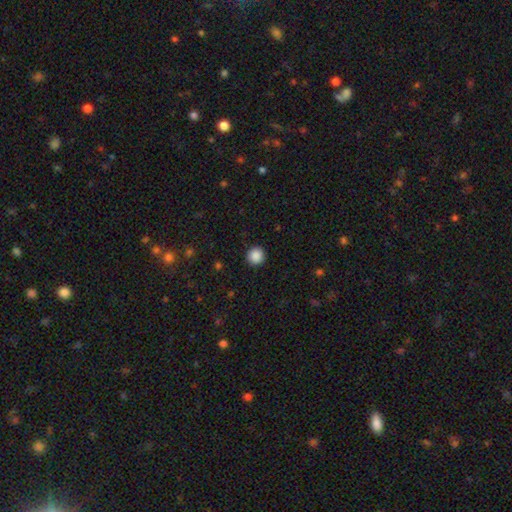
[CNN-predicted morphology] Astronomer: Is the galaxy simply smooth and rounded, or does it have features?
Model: smooth — 88%.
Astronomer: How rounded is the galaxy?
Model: round — 95%.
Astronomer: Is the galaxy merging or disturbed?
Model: none — 92%.